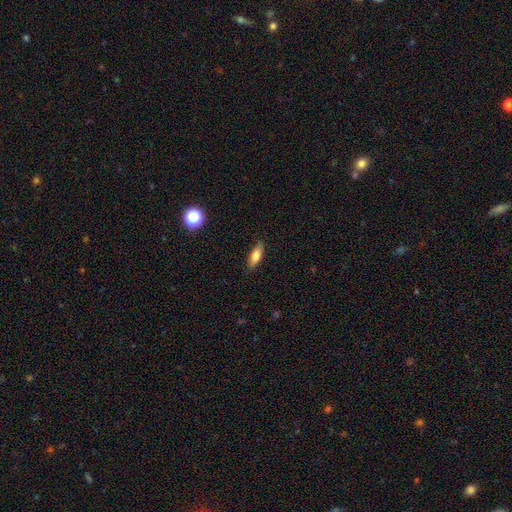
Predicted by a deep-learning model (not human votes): Overall: smooth (68%). How rounded: in between (55%; cigar-shaped 42%). Merging: none (84%).